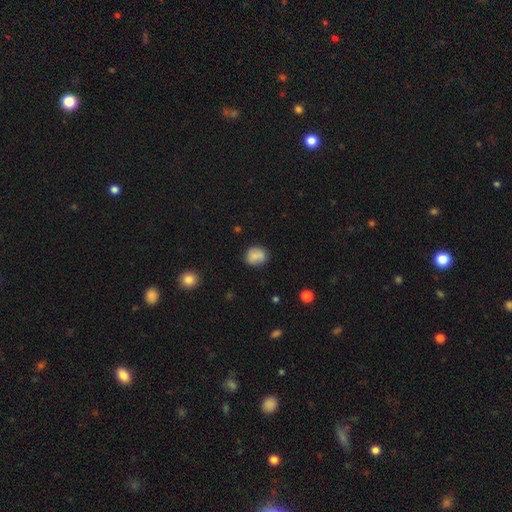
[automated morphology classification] This is likely a smooth galaxy (75%). How rounded: likely round (69%). Merging: likely none (67%).